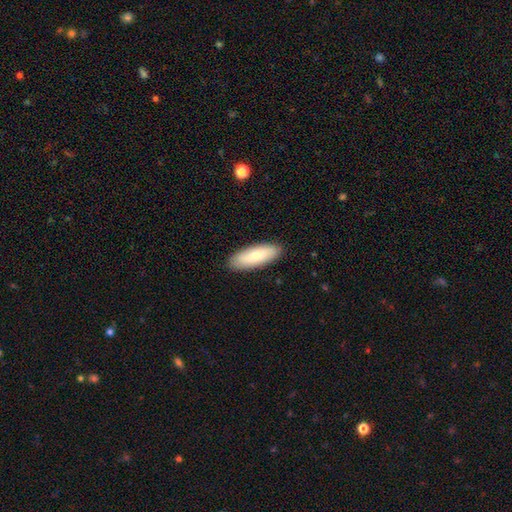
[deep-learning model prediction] Smooth or featured? smooth (80%)
How rounded? in between (63%)
Merging? none (89%)